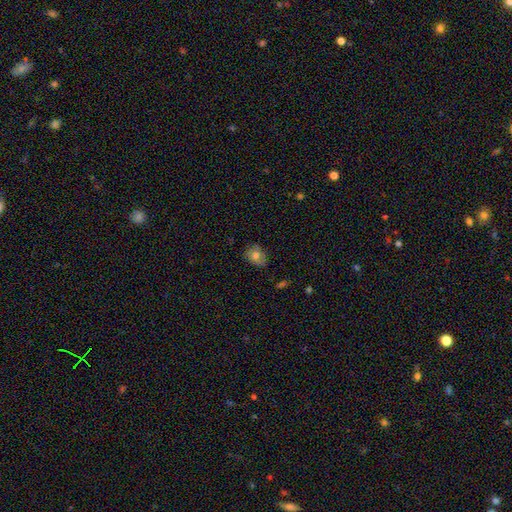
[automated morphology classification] Smooth or featured? Predicted: smooth (p=0.70). How rounded? Predicted: in between (p=0.58). Merging? Predicted: none (p=0.72).